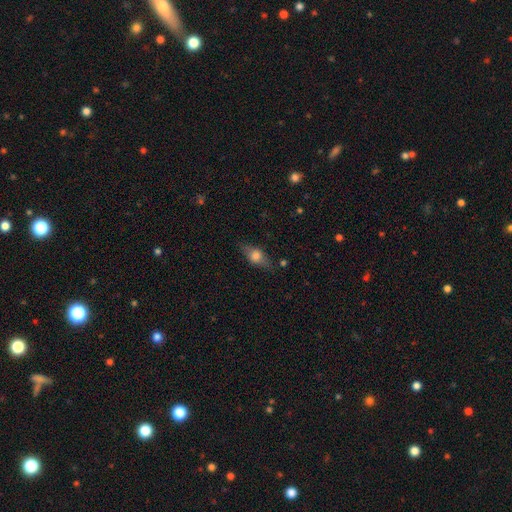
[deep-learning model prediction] A smooth galaxy with no disk features (54%) that is in between round and cigar-shaped (69%).

Vote fractions:
- Smooth or featured? smooth: 54% / featured or disk: 38% / star or artifact: 8%
- How rounded? in between: 69% / cigar-shaped: 20% / round: 11%
- Merging? none: 77% / minor disturbance: 17% / major disturbance: 5% / merger: 2%